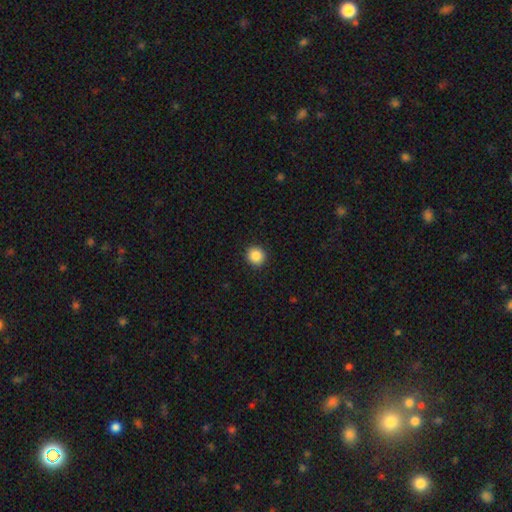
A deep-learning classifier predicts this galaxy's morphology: Overall: smooth (87%). How rounded: round (90%). Merging: none (92%).